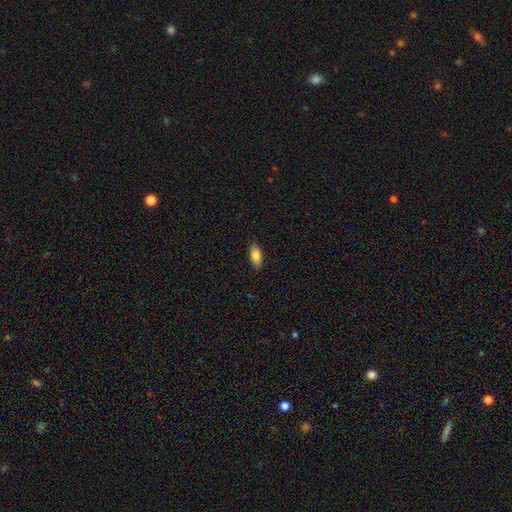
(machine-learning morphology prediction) Smooth or featured? smooth (81%)
How rounded? in between (89%)
Merging? none (88%)